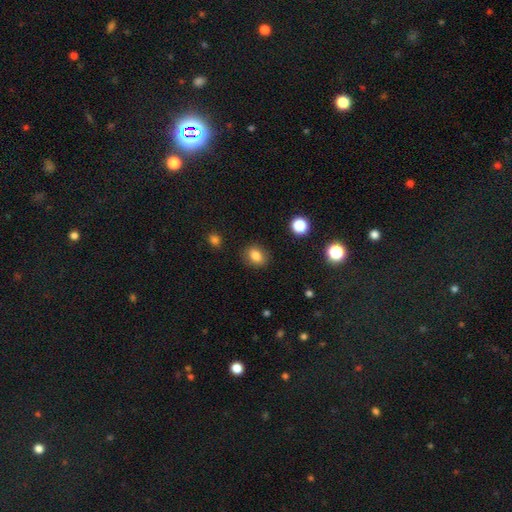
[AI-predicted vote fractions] This is clearly a smooth galaxy (83%). How rounded: possibly round (50%). Merging: clearly none (86%).